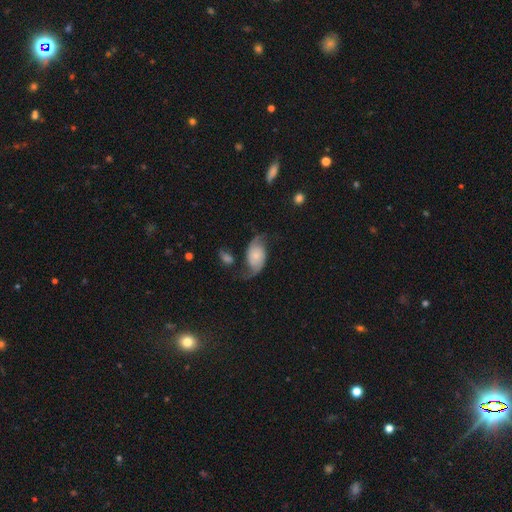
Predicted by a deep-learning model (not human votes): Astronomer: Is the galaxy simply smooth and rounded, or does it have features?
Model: featured or disk — 72%.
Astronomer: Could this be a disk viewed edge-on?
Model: no — 97%.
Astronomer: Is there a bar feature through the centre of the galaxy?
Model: no — 75%.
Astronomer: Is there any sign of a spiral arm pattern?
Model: yes — 93%.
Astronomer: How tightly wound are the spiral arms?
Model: loose — 58%.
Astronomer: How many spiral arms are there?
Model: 2 — 91%.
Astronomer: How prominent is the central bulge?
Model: small — 57%.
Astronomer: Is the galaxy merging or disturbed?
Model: none — 53%.